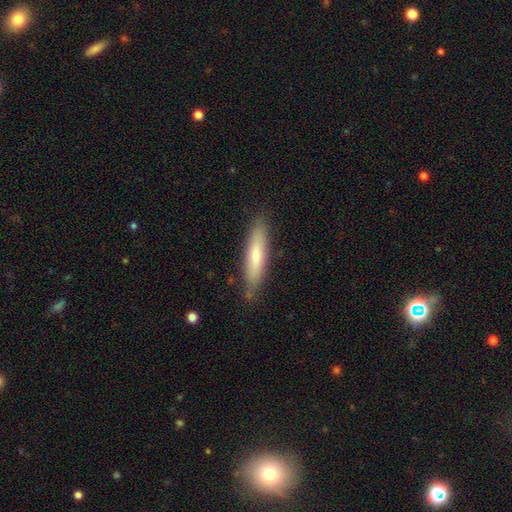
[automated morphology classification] Smooth or featured? smooth (67%)
How rounded? cigar-shaped (81%)
Merging? none (83%)